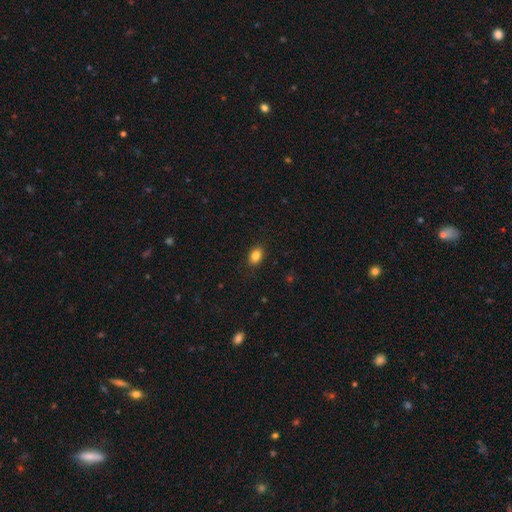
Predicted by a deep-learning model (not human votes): The model was most divided on "how rounded": in between: 77%, round: 21%, cigar-shaped: 1%. More confident: merging — none (87%); smooth or featured — smooth (84%).